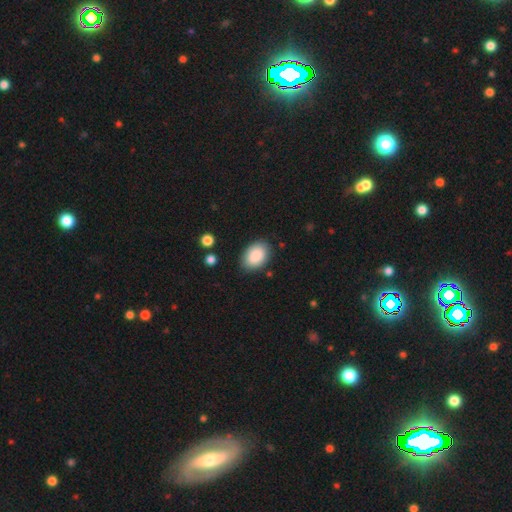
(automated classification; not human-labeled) Smooth or featured: smooth — 89% (star or artifact — 6%)
How rounded: in between — 86% (round — 13%)
Merging: none — 84% (minor disturbance — 12%)